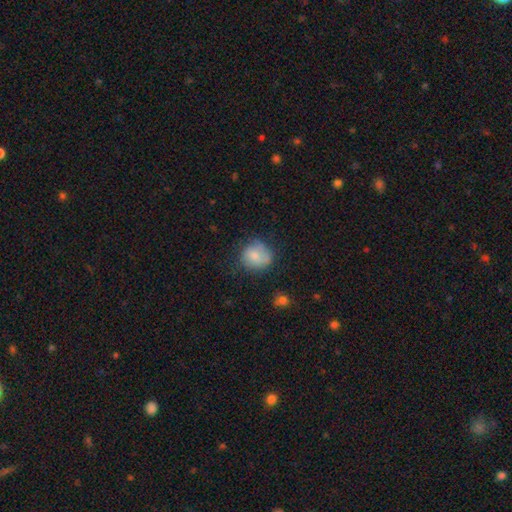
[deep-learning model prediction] Smooth or featured? Predicted: smooth (p=0.77). How rounded? Predicted: round (p=0.81). Merging? Predicted: none (p=0.60).